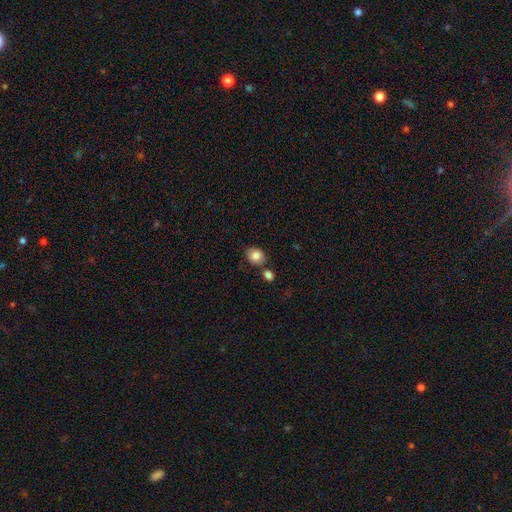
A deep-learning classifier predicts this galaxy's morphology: Smooth or featured?
  - smooth: 85% *
  - star or artifact: 8%
  - featured or disk: 7%
How rounded?
  - round: 51% *
  - in between: 48%
  - cigar-shaped: 1%
Merging?
  - none: 70% *
  - merger: 13%
  - minor disturbance: 13%
  - major disturbance: 4%